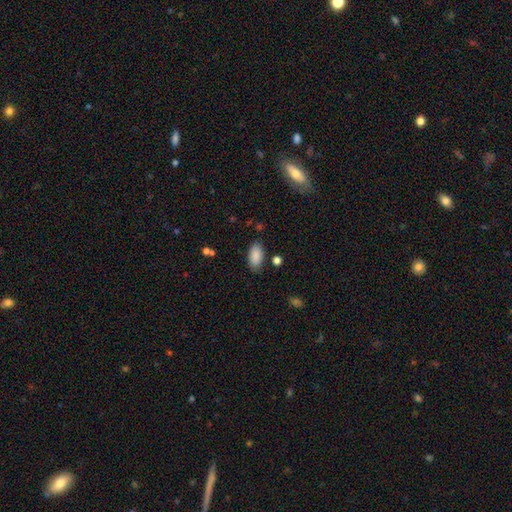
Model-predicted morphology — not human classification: Smooth or featured: smooth — 89% (star or artifact — 7%)
How rounded: in between — 93% (cigar-shaped — 4%)
Merging: none — 83% (minor disturbance — 12%)